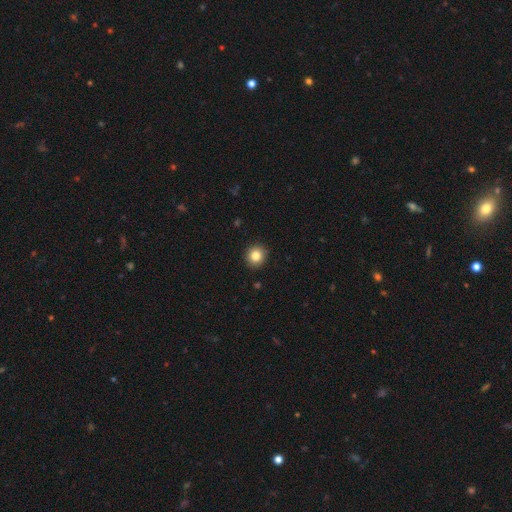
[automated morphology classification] This appears to be a smooth galaxy with no disk features (84%) that is round (90%). Merging: none (92%).